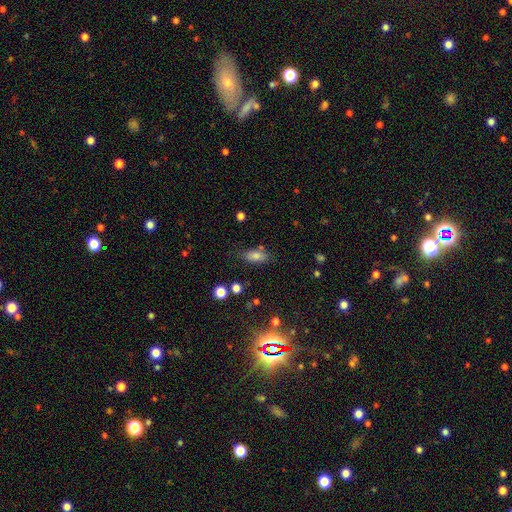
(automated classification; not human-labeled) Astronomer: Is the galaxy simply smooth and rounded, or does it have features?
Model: smooth — 75%.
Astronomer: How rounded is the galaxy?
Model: in between — 84%.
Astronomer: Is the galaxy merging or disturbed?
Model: none — 73%.